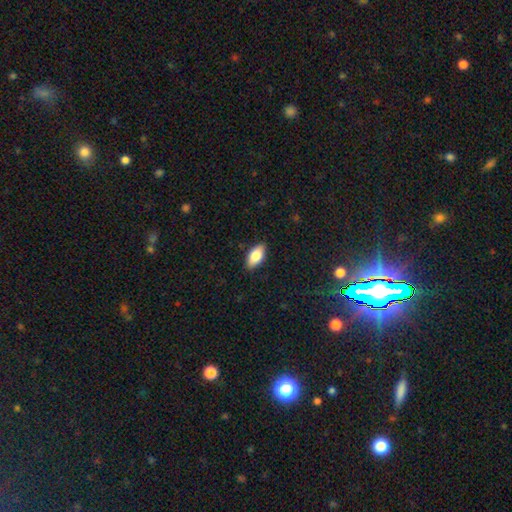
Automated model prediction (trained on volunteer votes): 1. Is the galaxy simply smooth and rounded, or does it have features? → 80% smooth, 13% featured or disk, 7% star or artifact.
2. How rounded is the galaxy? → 92% in between, 5% cigar-shaped, 3% round.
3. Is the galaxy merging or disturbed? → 88% none, 9% minor disturbance, 2% major disturbance, 1% merger.